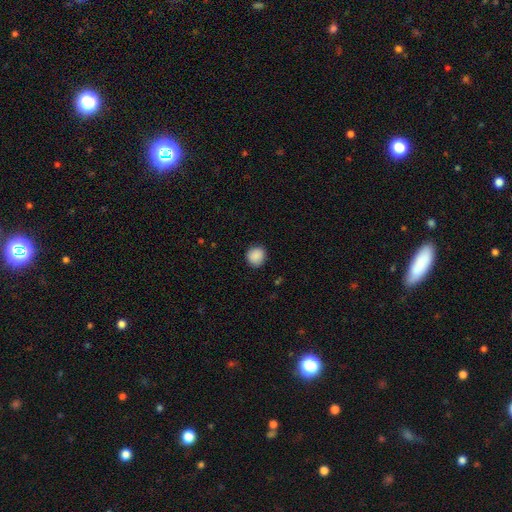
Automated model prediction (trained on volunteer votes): A smooth galaxy with no disk features (89%) that is round (89%).

Vote fractions:
- Smooth or featured? smooth: 89% / star or artifact: 8% / featured or disk: 3%
- How rounded? round: 89% / in between: 10% / cigar-shaped: 1%
- Merging? none: 89% / minor disturbance: 8% / major disturbance: 2% / merger: 1%